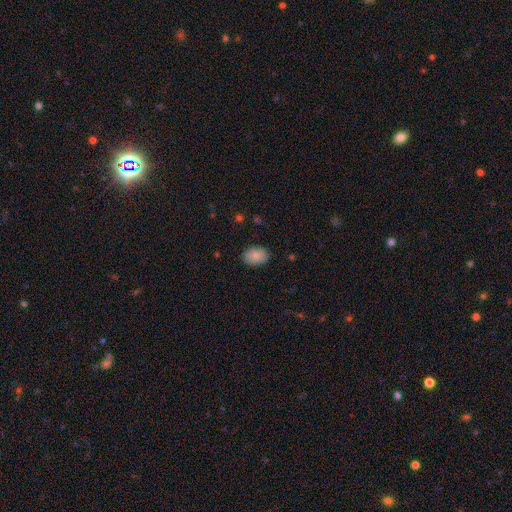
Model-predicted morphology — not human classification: A smooth galaxy with no disk features (88%) that is in between round and cigar-shaped (81%). Merging: none (87%).